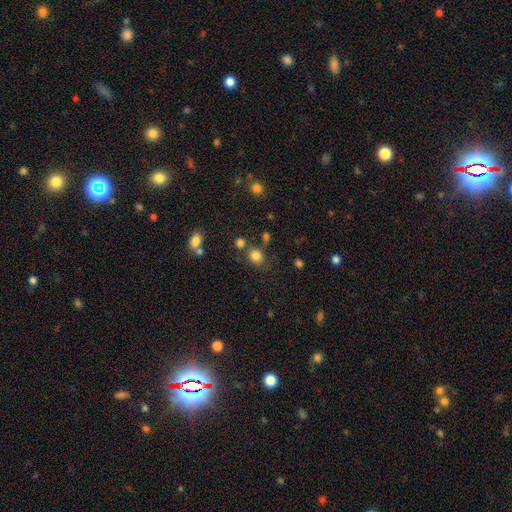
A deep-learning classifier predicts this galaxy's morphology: smooth 80%, star or artifact 14%, featured or disk 6%. Down the decision tree: how rounded — round (68%); merging — none (68%).